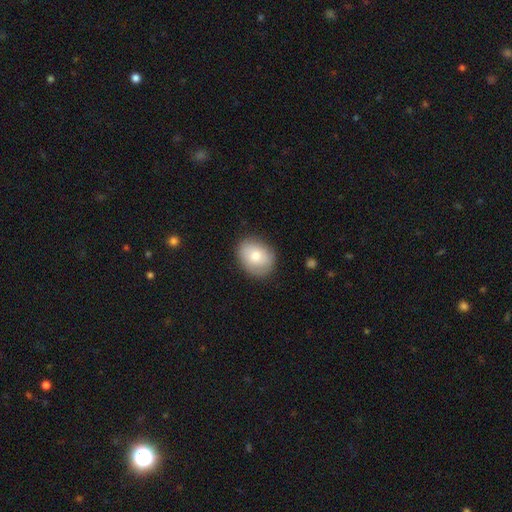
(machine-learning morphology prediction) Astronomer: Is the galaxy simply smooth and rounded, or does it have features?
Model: smooth — 76%.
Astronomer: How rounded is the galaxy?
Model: in between — 58% (runner-up: round, 41%).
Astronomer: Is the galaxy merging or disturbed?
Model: none — 82%.